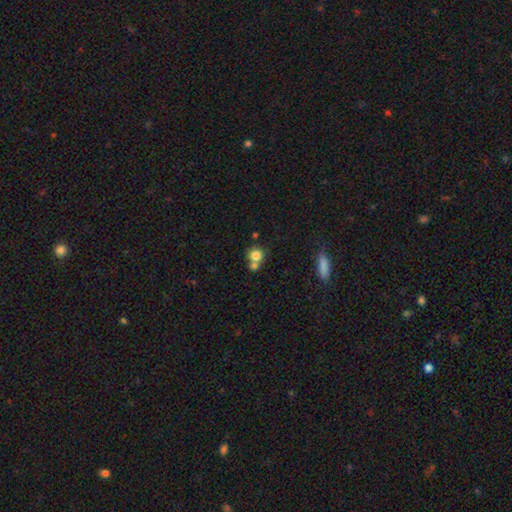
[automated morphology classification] A smooth galaxy with no disk features (79%) that is round (87%).

Vote fractions:
- Smooth or featured? smooth: 79% / featured or disk: 11% / star or artifact: 10%
- How rounded? round: 87% / in between: 12% / cigar-shaped: 1%
- Merging? none: 46% / merger: 43% / minor disturbance: 8% / major disturbance: 3%